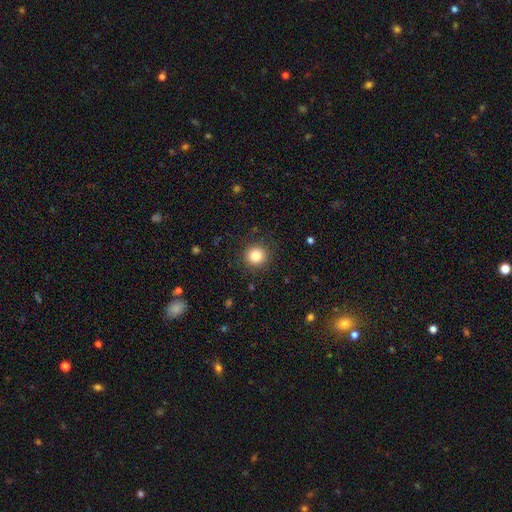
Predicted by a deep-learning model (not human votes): This is clearly a smooth galaxy (83%). How rounded: clearly round (93%). Merging: clearly none (89%).